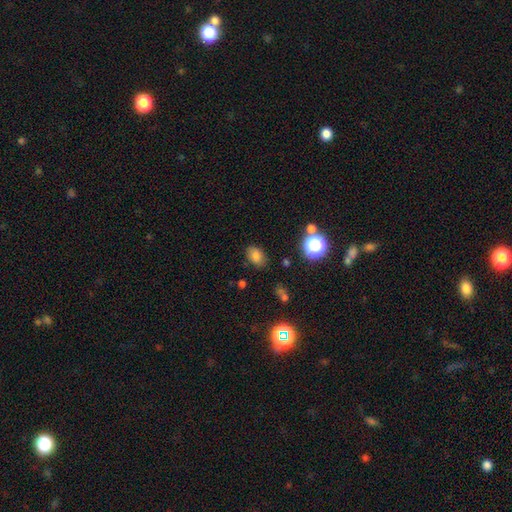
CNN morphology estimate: Overall: smooth (76%). How rounded: in between (77%). Merging: none (80%).